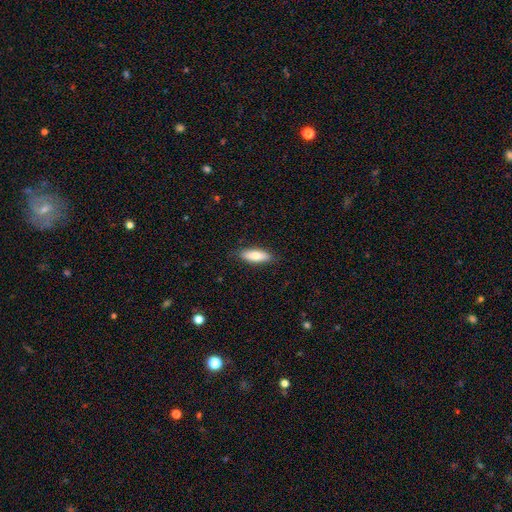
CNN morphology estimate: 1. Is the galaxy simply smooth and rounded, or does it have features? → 80% smooth, 14% featured or disk, 6% star or artifact.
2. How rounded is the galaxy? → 65% in between, 33% cigar-shaped, 2% round.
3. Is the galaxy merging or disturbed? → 85% none, 12% minor disturbance, 2% major disturbance, 1% merger.